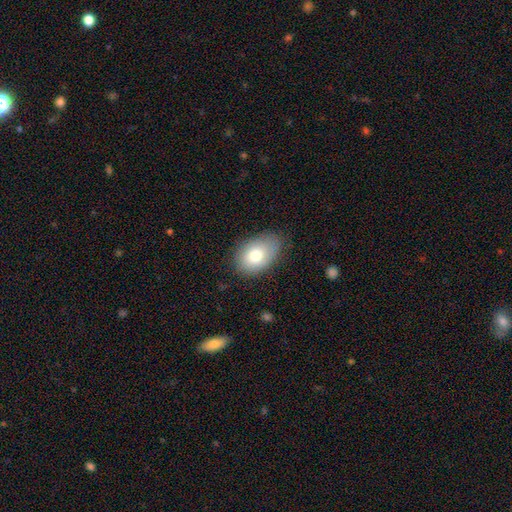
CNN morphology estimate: This is likely a smooth galaxy (76%). How rounded: clearly in between (86%). Merging: likely none (76%).